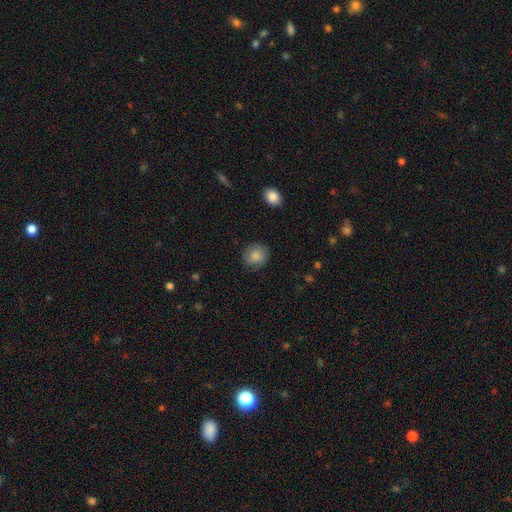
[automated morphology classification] A smooth galaxy with no disk features (85%) that is round (84%).

Vote fractions:
- Smooth or featured? smooth: 85% / star or artifact: 8% / featured or disk: 7%
- How rounded? round: 84% / in between: 15% / cigar-shaped: 1%
- Merging? none: 87% / minor disturbance: 10% / major disturbance: 3% / merger: 1%